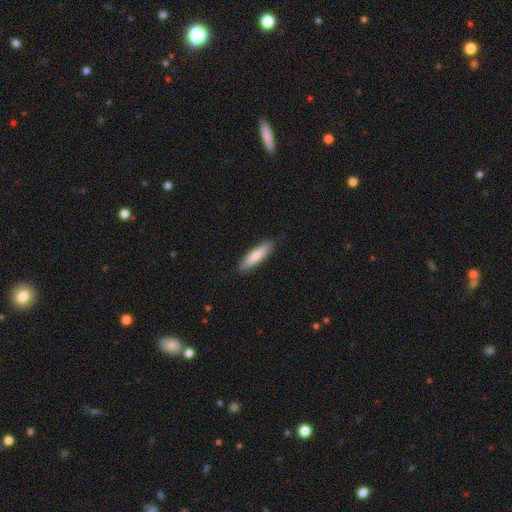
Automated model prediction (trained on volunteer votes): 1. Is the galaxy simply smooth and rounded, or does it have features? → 81% smooth, 14% featured or disk, 5% star or artifact.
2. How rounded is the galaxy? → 77% cigar-shaped, 22% in between, 1% round.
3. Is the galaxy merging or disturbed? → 87% none, 10% minor disturbance, 2% major disturbance, 1% merger.